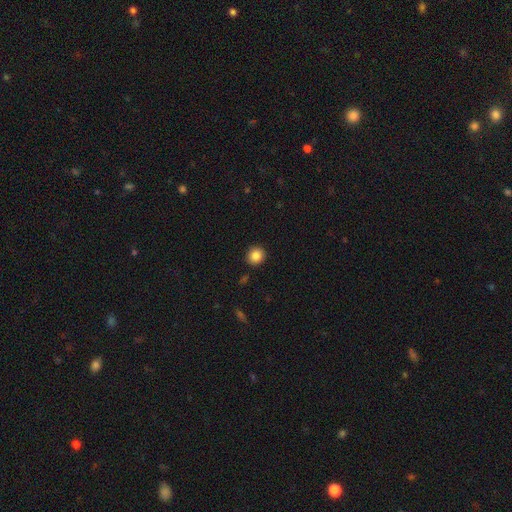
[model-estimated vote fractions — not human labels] Smooth or featured? Predicted: smooth (p=0.86). How rounded? Predicted: round (p=0.89). Merging? Predicted: none (p=0.91).